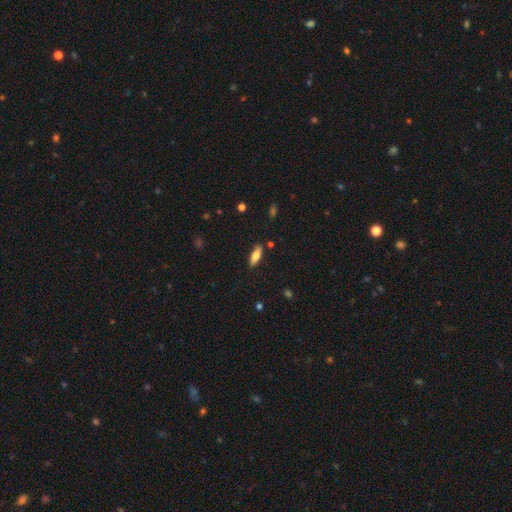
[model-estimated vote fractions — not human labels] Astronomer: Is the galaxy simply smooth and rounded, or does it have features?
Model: smooth — 68%.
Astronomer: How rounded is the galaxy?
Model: in between — 59% (runner-up: cigar-shaped, 39%).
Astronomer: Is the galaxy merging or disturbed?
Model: none — 84%.